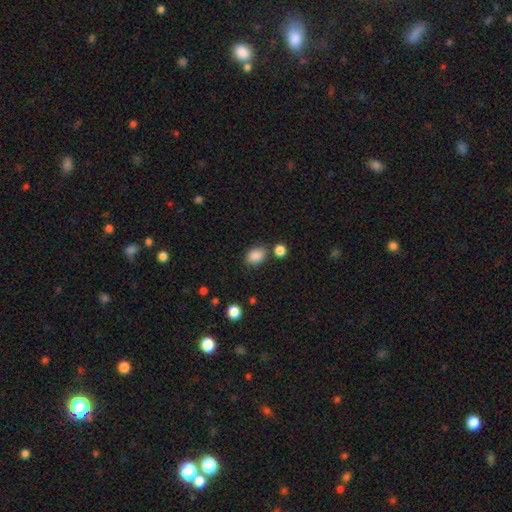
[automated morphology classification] This appears to be a smooth galaxy with no disk features (86%) that is in between round and cigar-shaped (68%). Merging: none (73%).